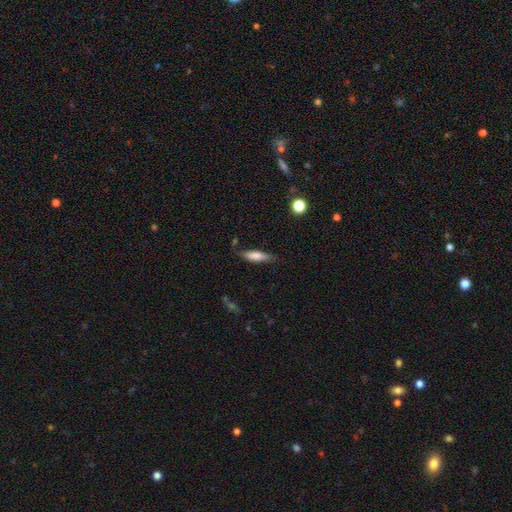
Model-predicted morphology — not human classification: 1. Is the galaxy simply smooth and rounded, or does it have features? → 72% smooth, 21% featured or disk, 7% star or artifact.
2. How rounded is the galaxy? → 64% cigar-shaped, 35% in between, 2% round.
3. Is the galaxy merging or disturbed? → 74% none, 19% minor disturbance, 4% major disturbance, 3% merger.